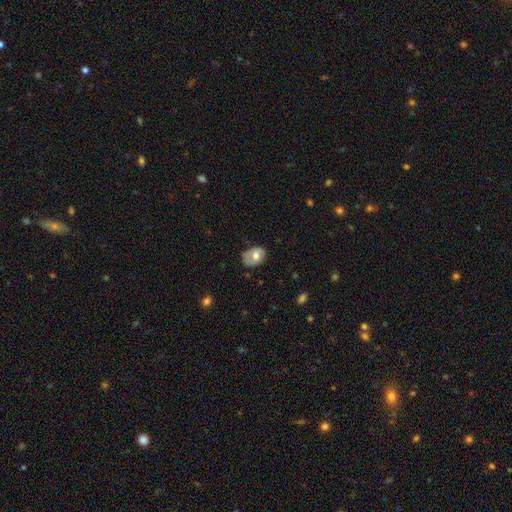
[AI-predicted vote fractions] Smooth or featured?
  - smooth: 62% *
  - featured or disk: 30%
  - star or artifact: 7%
How rounded?
  - in between: 70% *
  - round: 29%
  - cigar-shaped: 1%
Merging?
  - none: 59% *
  - minor disturbance: 29%
  - major disturbance: 10%
  - merger: 2%